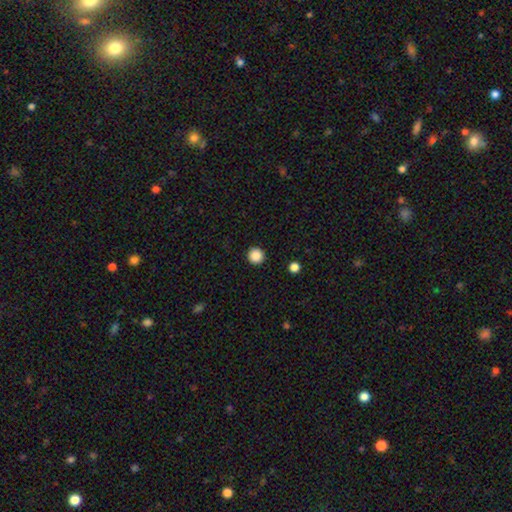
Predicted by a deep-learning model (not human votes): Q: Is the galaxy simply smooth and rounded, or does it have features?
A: smooth — 88%.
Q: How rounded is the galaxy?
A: round — 96%.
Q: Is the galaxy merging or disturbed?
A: none — 94%.